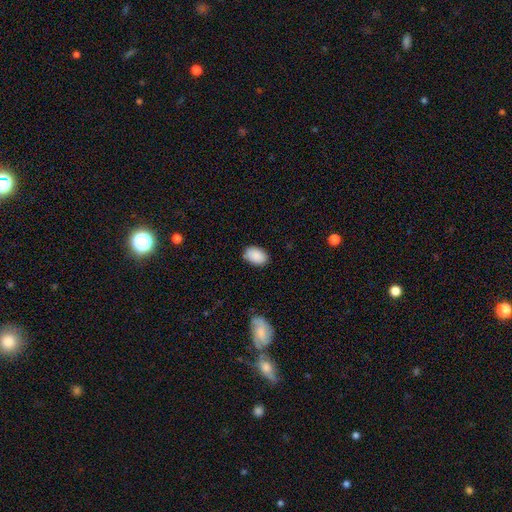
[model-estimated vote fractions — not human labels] A smooth galaxy with no disk features (89%) that is in between round and cigar-shaped (87%). Merging: none (81%).